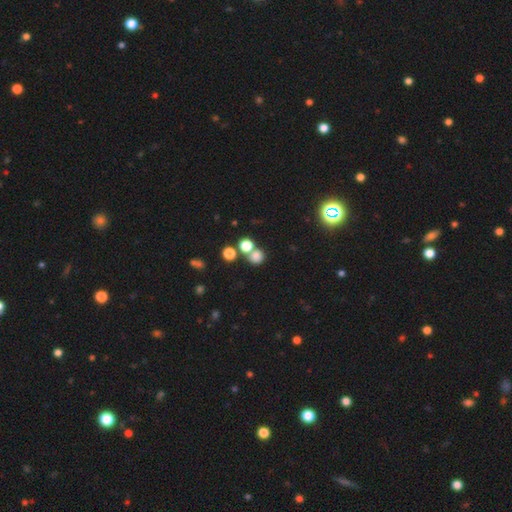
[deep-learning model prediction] smooth_or_featured: smooth (p=0.75) [alt: star or artifact p=0.17]
how_rounded: round (p=0.83) [alt: in between p=0.16]
merging: none (p=0.55) [alt: merger p=0.32]